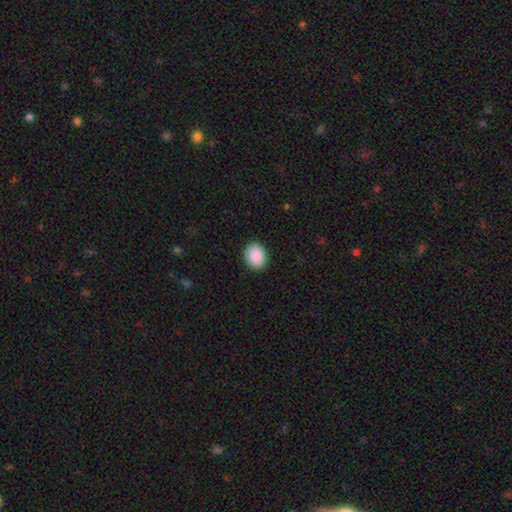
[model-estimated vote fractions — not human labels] smooth 91%, star or artifact 7%, featured or disk 2%. Down the decision tree: how rounded — round (50%); merging — none (90%).